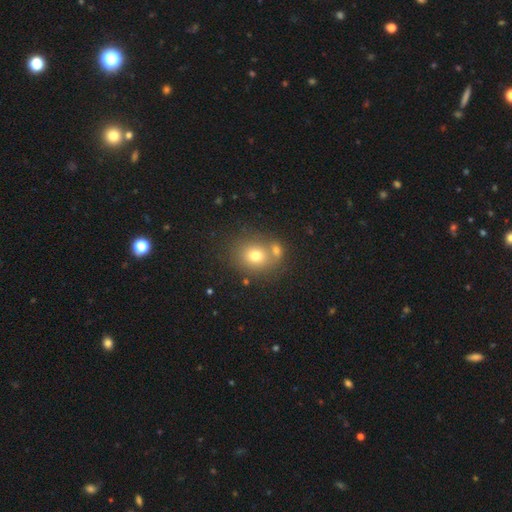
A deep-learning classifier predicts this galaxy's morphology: smooth_or_featured: smooth (p=0.72) [alt: featured or disk p=0.15]
how_rounded: round (p=0.72) [alt: in between p=0.27]
merging: none (p=0.54) [alt: merger p=0.32]